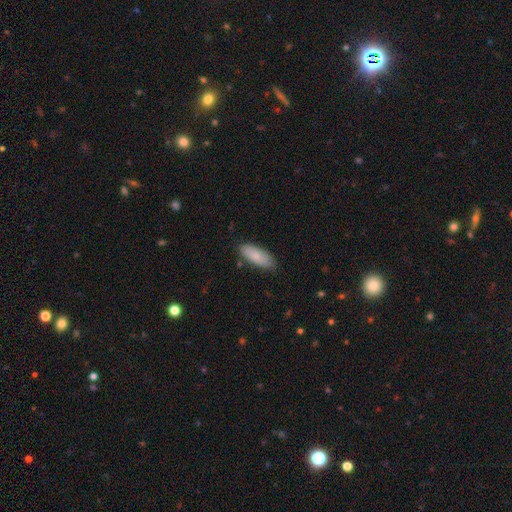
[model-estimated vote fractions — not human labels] smooth 82%, featured or disk 12%, star or artifact 6%. Down the decision tree: how rounded — in between (78%); merging — none (81%).